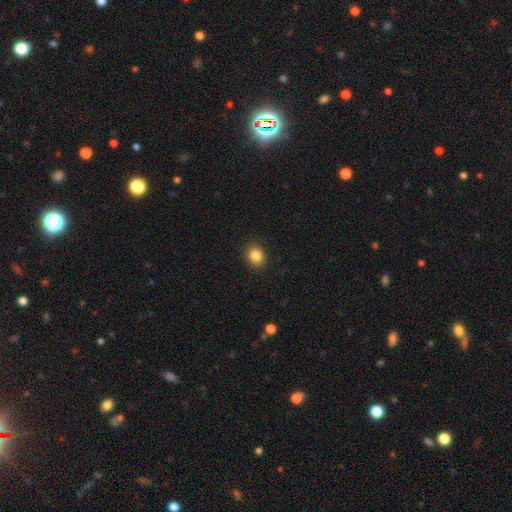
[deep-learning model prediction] This is clearly a smooth galaxy (85%). How rounded: likely round (67%). Merging: clearly none (91%).